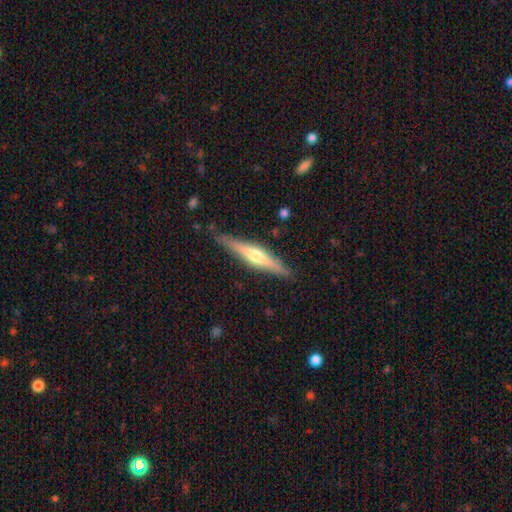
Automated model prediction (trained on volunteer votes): Morphology: type=featured or disk (67%); edge-on=yes (97%); edge-on bulge=rounded (85%); merging=none (87%).